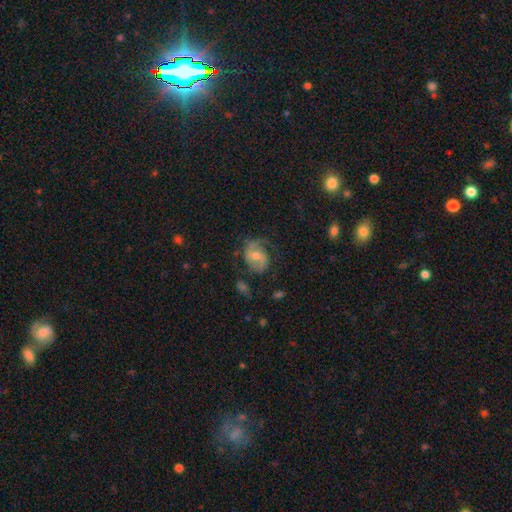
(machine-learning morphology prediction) A featured or disk galaxy (67%) with no bar (52%), 2 (69%) medium (46%) spiral arms (85%) and a moderate central bulge (62%). Merging: none (53%).